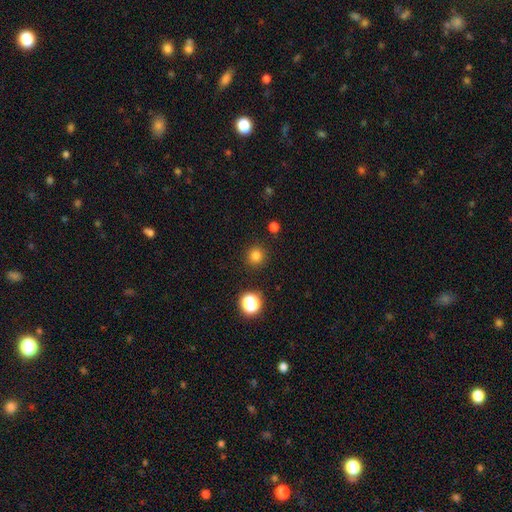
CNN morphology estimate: A smooth galaxy with no disk features (81%) that is round (94%). Merging: none (90%).